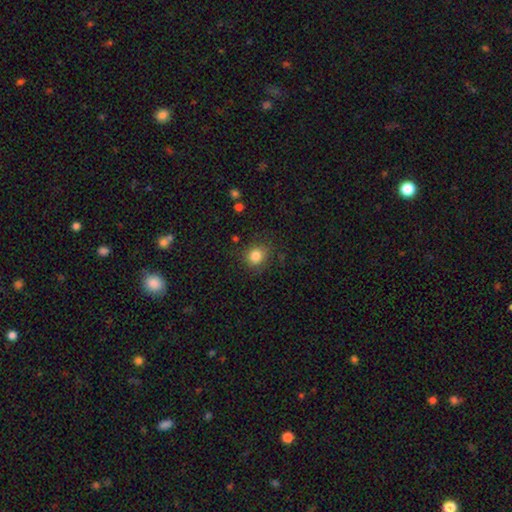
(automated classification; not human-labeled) Smooth or featured? smooth (84%)
How rounded? round (79%)
Merging? none (79%)